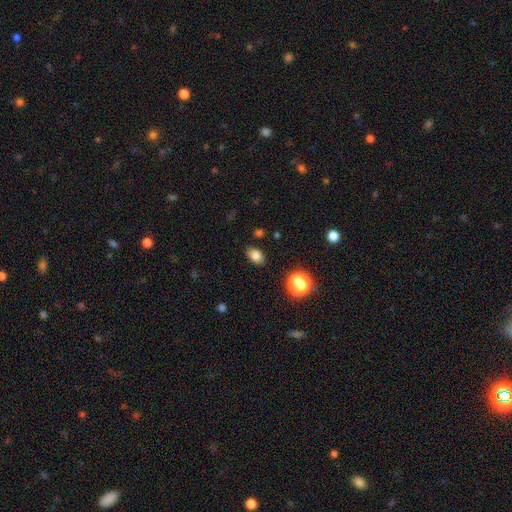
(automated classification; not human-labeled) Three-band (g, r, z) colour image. It shows a smooth galaxy with no disk features (82%) that is in between round and cigar-shaped (77%). Merging: none (86%).